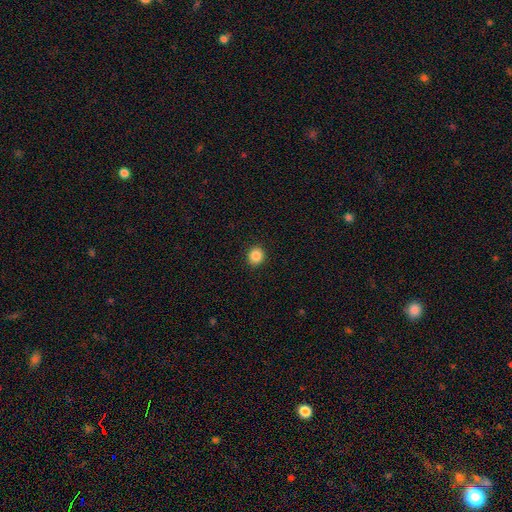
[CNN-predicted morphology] Smooth or featured? smooth (87%)
How rounded? round (84%)
Merging? none (92%)